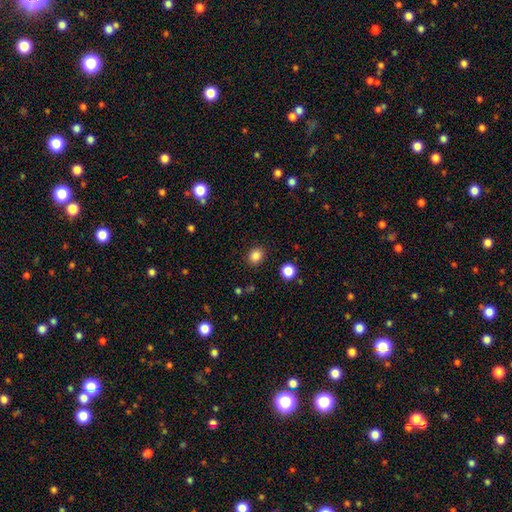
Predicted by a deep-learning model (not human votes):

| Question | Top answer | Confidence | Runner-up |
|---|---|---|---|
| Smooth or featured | smooth | 85% | star or artifact (12%) |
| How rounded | round | 69% | in between (30%) |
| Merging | none | 89% | minor disturbance (7%) |